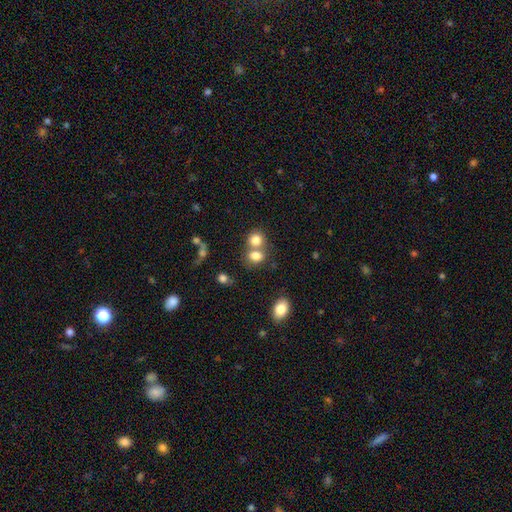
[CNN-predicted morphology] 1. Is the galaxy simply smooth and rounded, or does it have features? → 79% smooth, 12% star or artifact, 10% featured or disk.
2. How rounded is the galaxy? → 56% round, 43% in between, 1% cigar-shaped.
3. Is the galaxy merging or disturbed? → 48% merger, 40% none, 8% minor disturbance, 4% major disturbance.